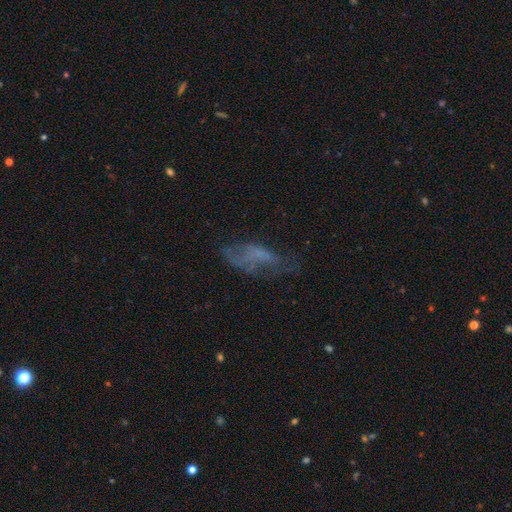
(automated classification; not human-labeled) Smooth or featured? Predicted: featured or disk (p=0.42). Merging? Predicted: none (p=0.38).